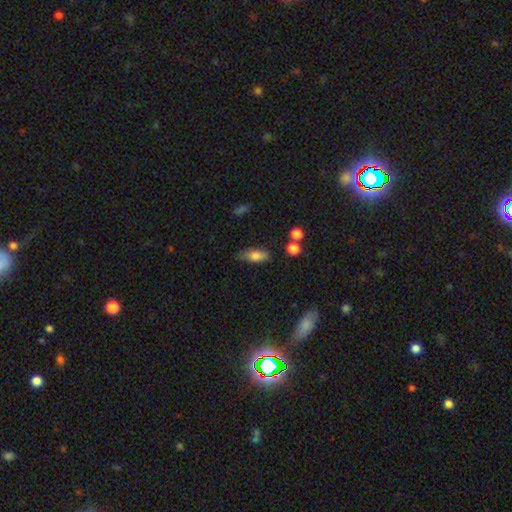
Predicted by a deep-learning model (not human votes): Smooth or featured? Predicted: smooth (p=0.79). How rounded? Predicted: in between (p=0.76). Merging? Predicted: none (p=0.68).